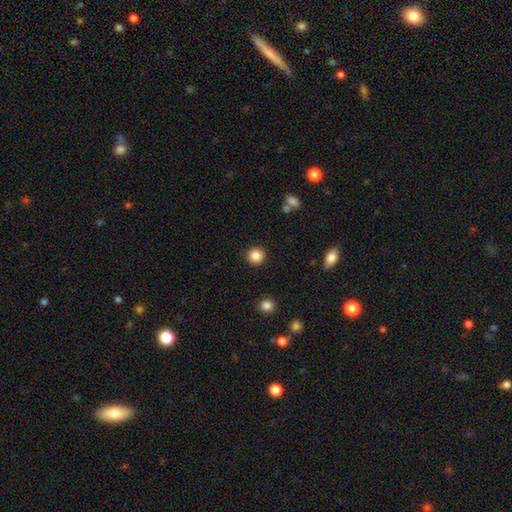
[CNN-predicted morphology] This appears to be a smooth galaxy with no disk features (86%) that is round (95%). Merging: none (92%).